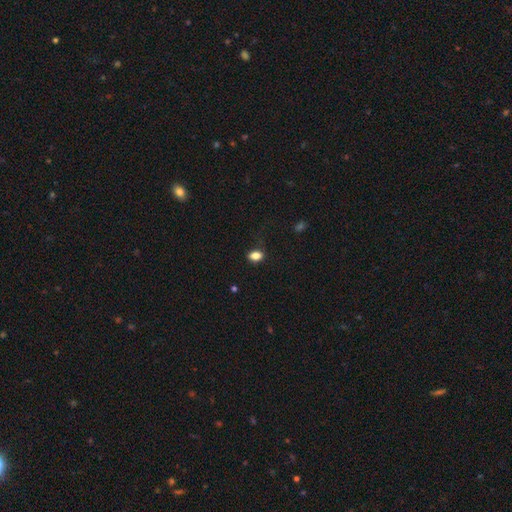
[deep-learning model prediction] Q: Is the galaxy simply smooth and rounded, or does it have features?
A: smooth — 84%.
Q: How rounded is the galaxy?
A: in between — 78%.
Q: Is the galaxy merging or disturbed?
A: none — 78%.